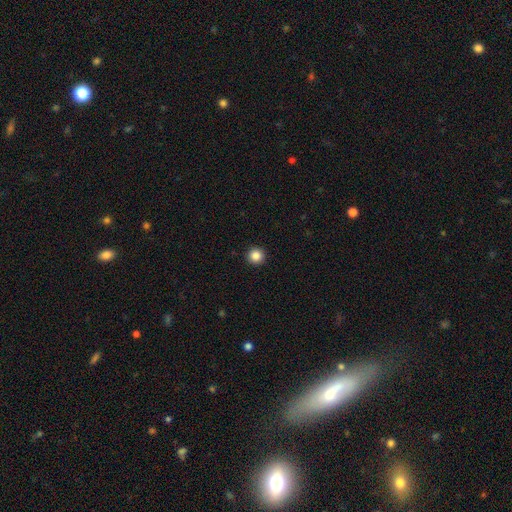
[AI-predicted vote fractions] A smooth galaxy with no disk features (86%) that is round (96%). Merging: none (94%).